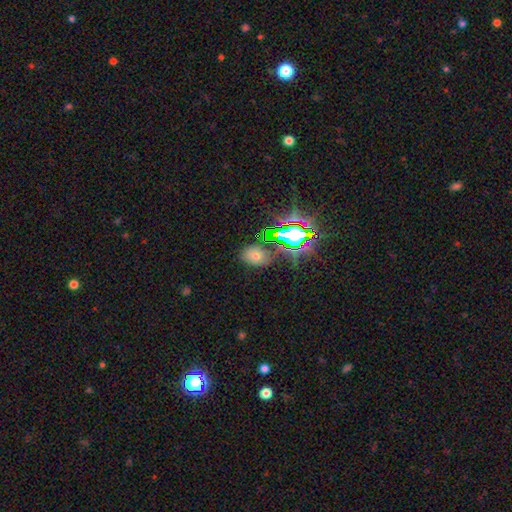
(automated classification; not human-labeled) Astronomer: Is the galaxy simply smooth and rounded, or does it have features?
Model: smooth — 53% (runner-up: star or artifact, 35%).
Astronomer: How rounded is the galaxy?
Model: in between — 70%.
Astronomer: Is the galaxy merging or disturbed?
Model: none — 76%.